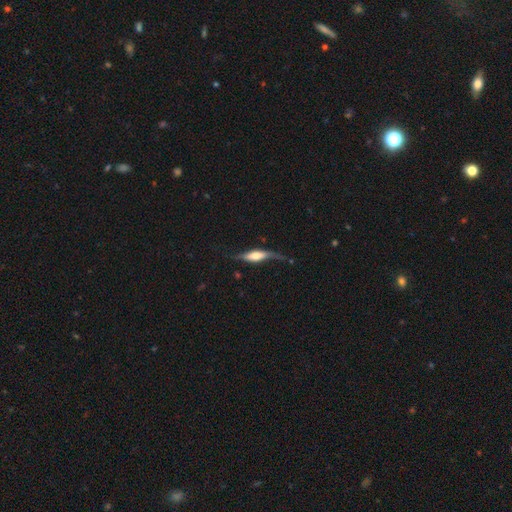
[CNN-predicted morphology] Smooth or featured: featured or disk — 58% (smooth — 35%)
Edge-on disk: yes — 76% (no — 24%)
Merging: none — 46% (minor disturbance — 29%)